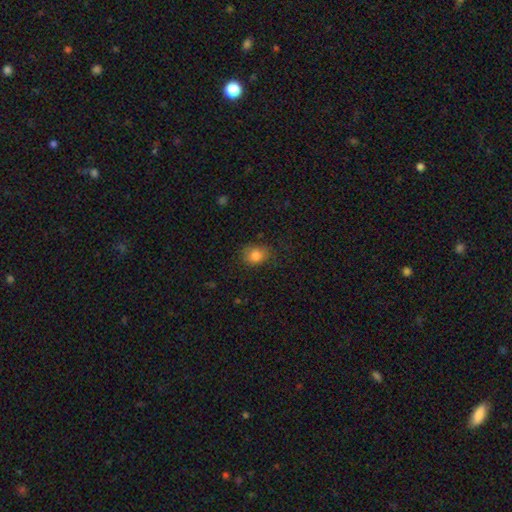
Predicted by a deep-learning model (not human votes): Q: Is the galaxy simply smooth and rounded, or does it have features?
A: smooth — 82%.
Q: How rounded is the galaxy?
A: round — 53%.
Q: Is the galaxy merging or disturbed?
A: none — 75%.